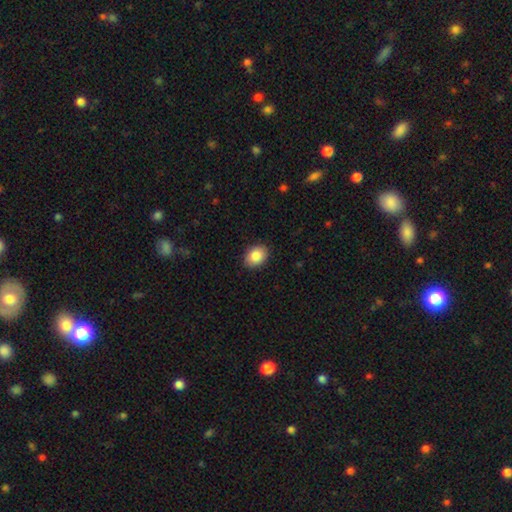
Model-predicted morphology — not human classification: type=smooth (87%); roundness=in between (67%); merging=none (89%).